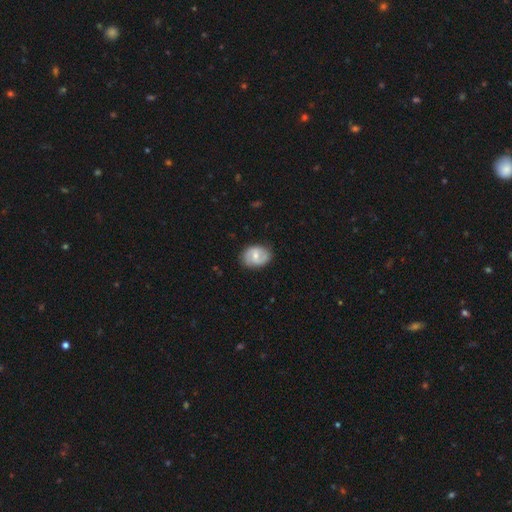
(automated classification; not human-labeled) featured or disk 65%, smooth 29%, star or artifact 6%. Down the decision tree: edge-on disk — no (97%); bar — weak (49%); spiral arms — yes (86%); spiral arm count — 2 (86%); spiral winding — medium (47%); bulge size — moderate (57%); merging — none (80%).